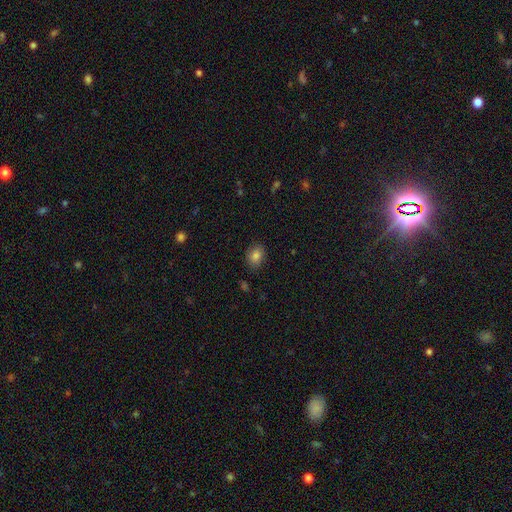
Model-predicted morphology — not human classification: The model was most divided on "how rounded": in between: 64%, round: 35%, cigar-shaped: 1%. More confident: merging — none (85%); smooth or featured — smooth (83%).